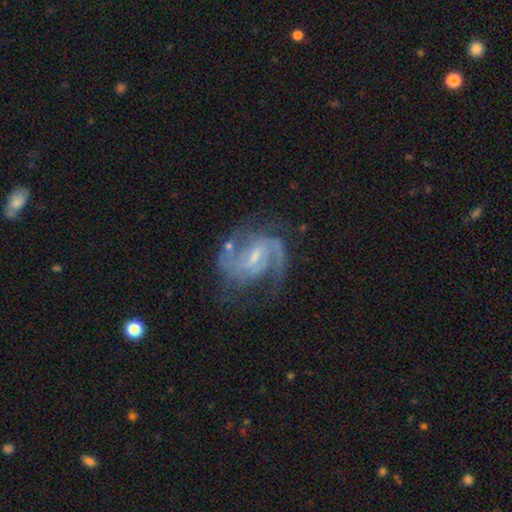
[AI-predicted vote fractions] featured or disk 89%, star or artifact 6%, smooth 5%. Down the decision tree: edge-on disk — no (98%); bar — weak (56%); spiral arms — yes (97%); spiral arm count — 2 (76%); spiral winding — medium (56%); bulge size — small (61%); merging — none (64%).